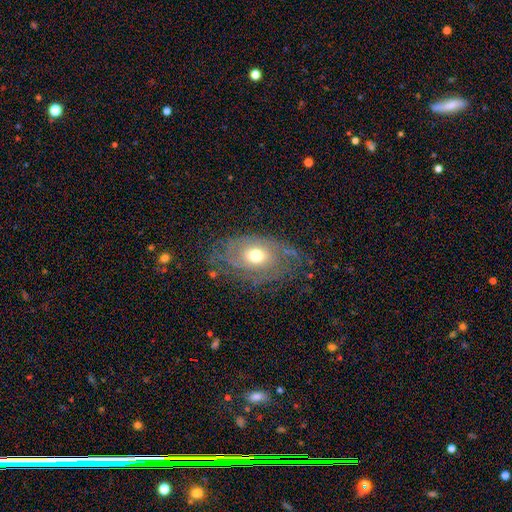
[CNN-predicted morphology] Smooth or featured?
  - featured or disk: 62% *
  - smooth: 29%
  - star or artifact: 9%
Edge-on disk?
  - no: 92% *
  - yes: 8%
Bar?
  - no: 82% *
  - weak: 14%
  - strong: 4%
Spiral arms?
  - yes: 67% *
  - no: 33%
Bulge size?
  - moderate: 71% *
  - small: 15%
  - large: 11%
  - dominant: 1%
  - none: 1%
Merging?
  - none: 64% *
  - minor disturbance: 22%
  - major disturbance: 13%
  - merger: 2%